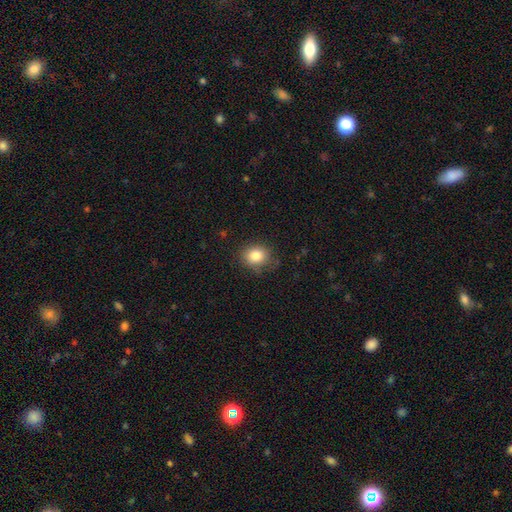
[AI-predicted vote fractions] The model was most divided on "how rounded": round: 65%, in between: 34%, cigar-shaped: 1%. More confident: smooth or featured — smooth (83%); merging — none (77%).